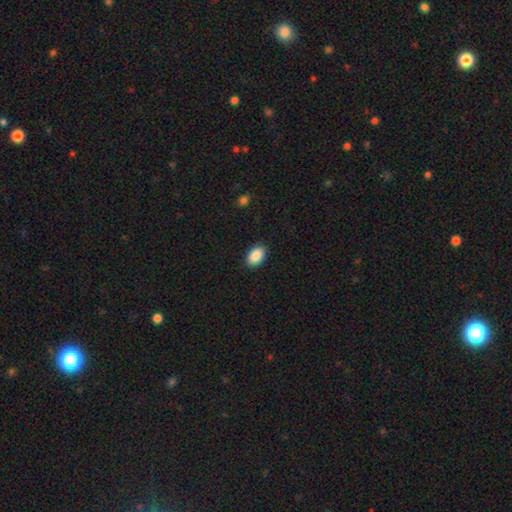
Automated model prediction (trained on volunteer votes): smooth_or_featured: smooth (p=0.90) [alt: star or artifact p=0.07]
how_rounded: in between (p=0.91) [alt: round p=0.08]
merging: none (p=0.89) [alt: minor disturbance p=0.08]